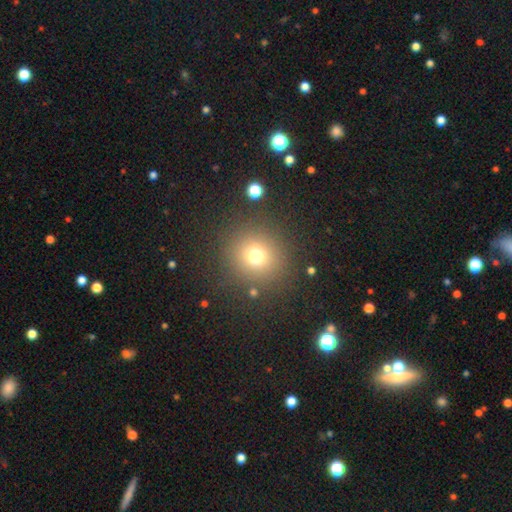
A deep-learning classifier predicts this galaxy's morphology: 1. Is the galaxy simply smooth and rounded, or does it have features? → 72% smooth, 18% star or artifact, 10% featured or disk.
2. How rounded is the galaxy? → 92% round, 7% in between, 1% cigar-shaped.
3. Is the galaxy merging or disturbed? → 86% none, 7% minor disturbance, 4% major disturbance, 3% merger.